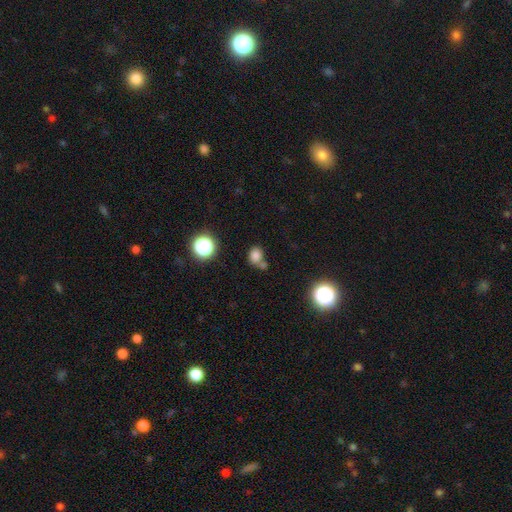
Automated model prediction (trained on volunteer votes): smooth 77%, star or artifact 16%, featured or disk 7%. Down the decision tree: how rounded — round (62%); merging — none (54%).